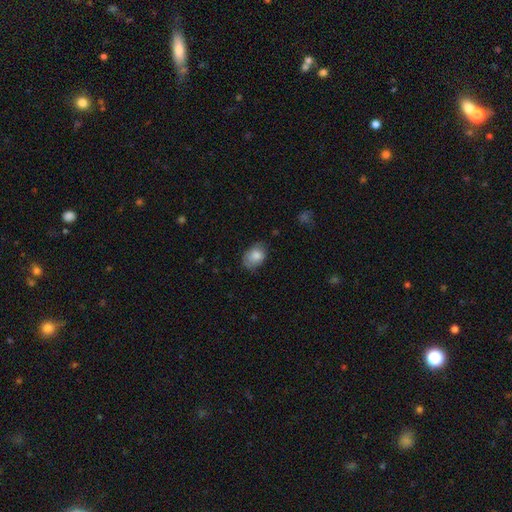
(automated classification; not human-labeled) Smooth or featured?
  - smooth: 84% *
  - featured or disk: 9%
  - star or artifact: 7%
How rounded?
  - in between: 80% *
  - round: 19%
  - cigar-shaped: 1%
Merging?
  - none: 67% *
  - minor disturbance: 27%
  - major disturbance: 5%
  - merger: 1%